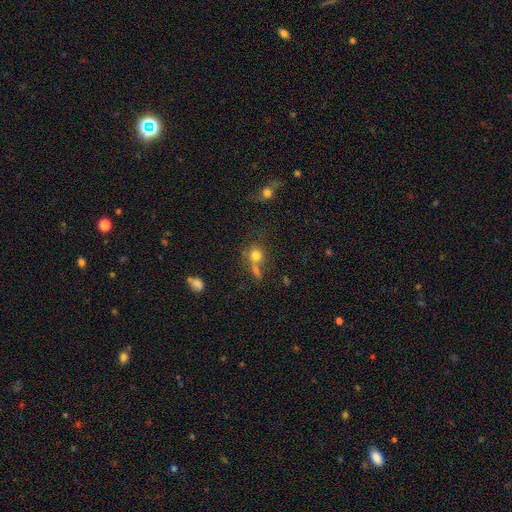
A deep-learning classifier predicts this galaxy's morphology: Smooth or featured? smooth (74%)
How rounded? round (79%)
Merging? none (48%)